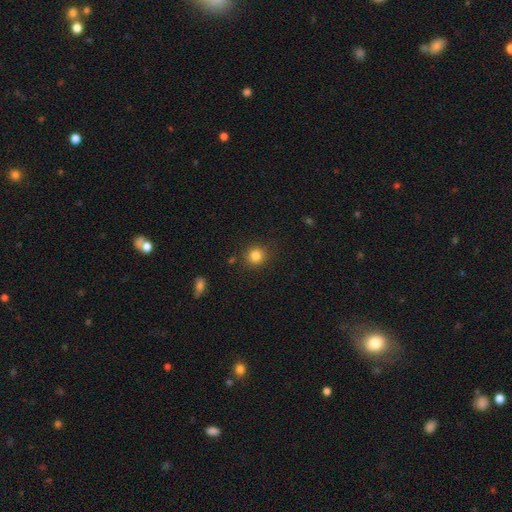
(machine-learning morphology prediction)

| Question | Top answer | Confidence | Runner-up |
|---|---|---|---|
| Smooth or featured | smooth | 83% | star or artifact (12%) |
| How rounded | round | 90% | in between (10%) |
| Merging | none | 88% | minor disturbance (7%) |